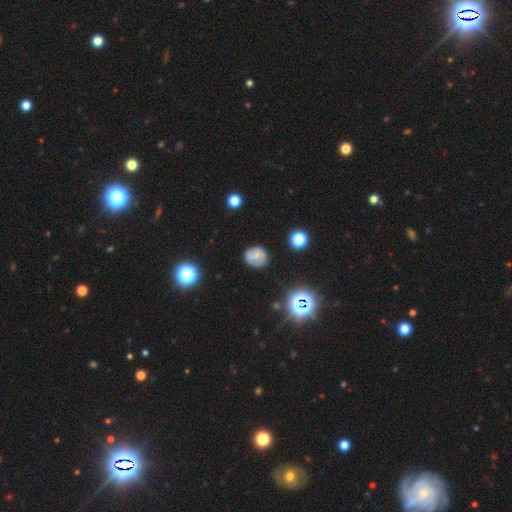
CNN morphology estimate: type=smooth (44%); merging=none (71%).